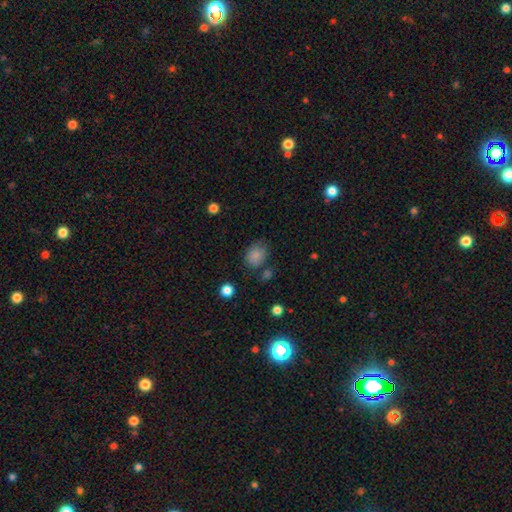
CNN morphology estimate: Q: Smooth or featured?
A: smooth (85%); runner-up: star or artifact (10%)
Q: How rounded?
A: in between (56%); runner-up: round (43%)
Q: Merging?
A: none (71%); runner-up: minor disturbance (18%)